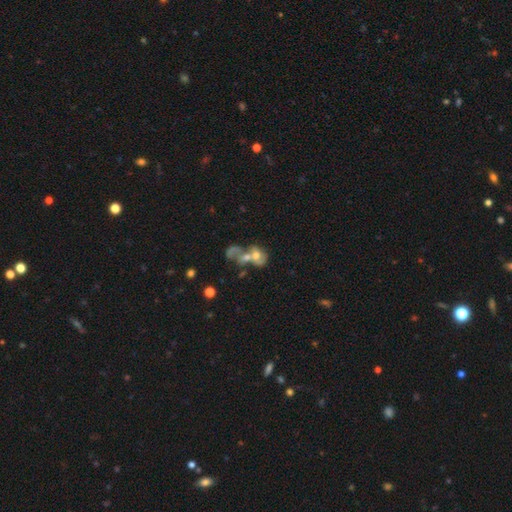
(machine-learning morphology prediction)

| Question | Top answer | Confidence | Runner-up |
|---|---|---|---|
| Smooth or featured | featured or disk | 45% | smooth (44%) |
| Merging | merger | 71% | major disturbance (13%) |